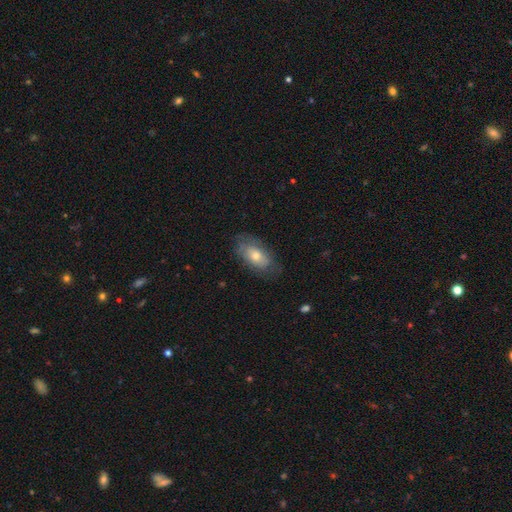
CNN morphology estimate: Smooth or featured?
  - smooth: 54% *
  - featured or disk: 39%
  - star or artifact: 8%
How rounded?
  - in between: 89% *
  - round: 6%
  - cigar-shaped: 5%
Merging?
  - none: 72% *
  - minor disturbance: 20%
  - major disturbance: 6%
  - merger: 1%